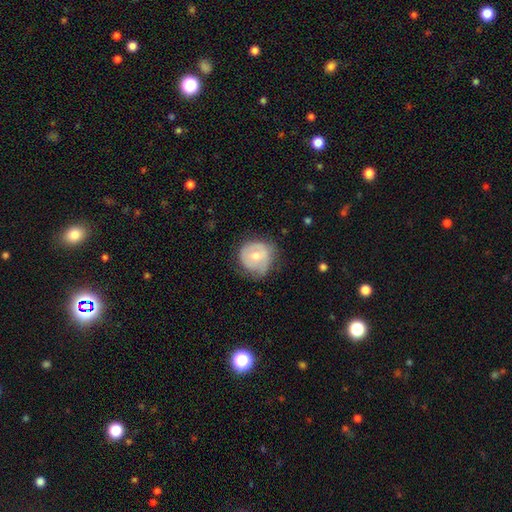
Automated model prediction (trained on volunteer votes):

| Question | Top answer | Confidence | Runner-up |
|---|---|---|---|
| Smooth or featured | smooth | 53% | featured or disk (40%) |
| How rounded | round | 84% | in between (15%) |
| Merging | none | 54% | minor disturbance (33%) |